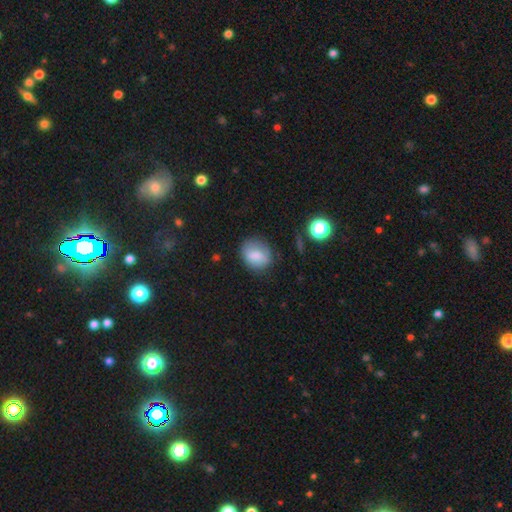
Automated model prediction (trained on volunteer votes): Smooth or featured? Predicted: smooth (p=0.77). How rounded? Predicted: round (p=0.51). Merging? Predicted: none (p=0.72).